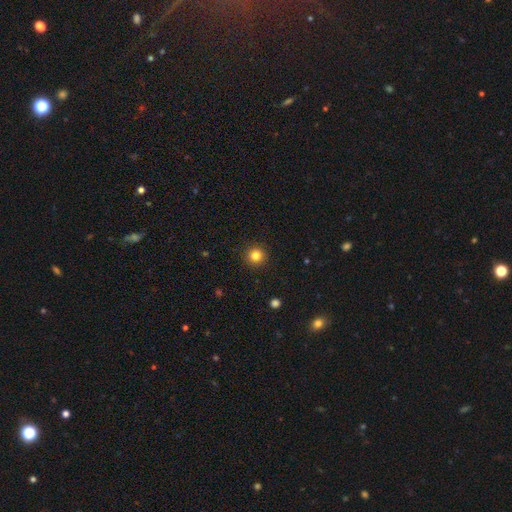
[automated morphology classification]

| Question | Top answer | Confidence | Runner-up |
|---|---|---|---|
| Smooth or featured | smooth | 83% | star or artifact (12%) |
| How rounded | round | 95% | in between (4%) |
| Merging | none | 92% | minor disturbance (5%) |